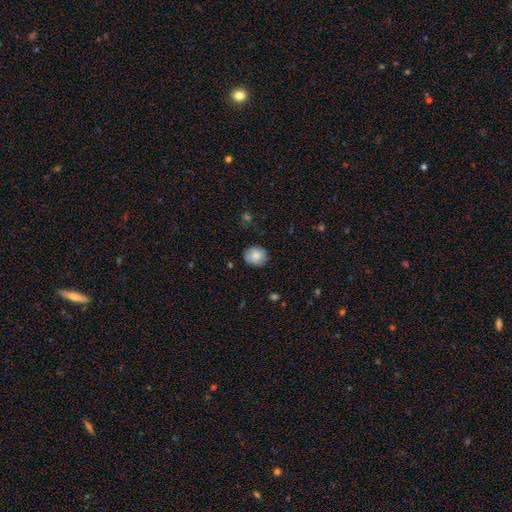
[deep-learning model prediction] This is likely a smooth galaxy (78%). How rounded: clearly round (81%). Merging: likely none (79%).